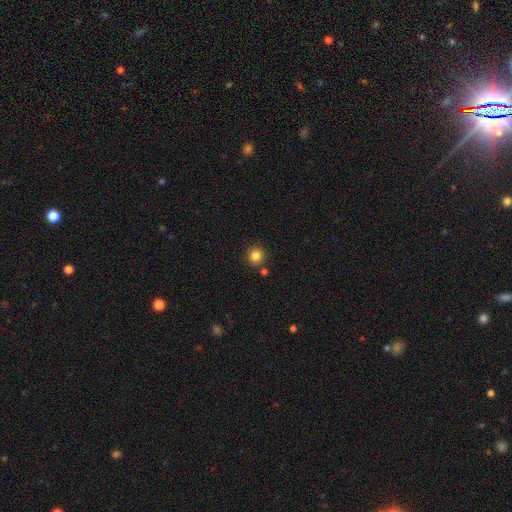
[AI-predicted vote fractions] smooth 83%, star or artifact 12%, featured or disk 5%. Down the decision tree: how rounded — round (94%); merging — none (84%).